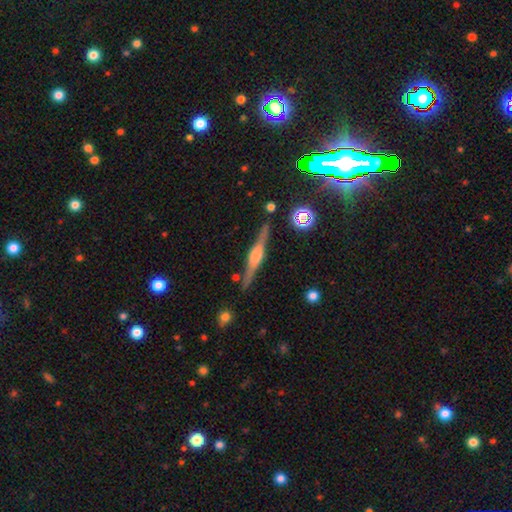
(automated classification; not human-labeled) A featured or disk galaxy (82%) viewed edge-on (98%) with a rounded central bulge (67%). Merging: none (87%).